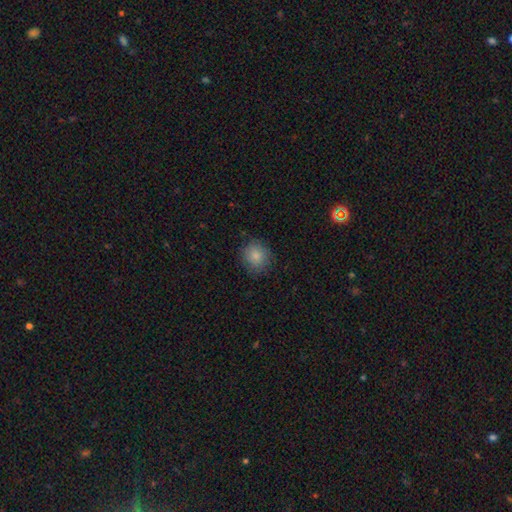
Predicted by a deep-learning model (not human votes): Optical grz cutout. It shows a smooth galaxy with no disk features (85%) that is round (83%). Merging: none (84%).